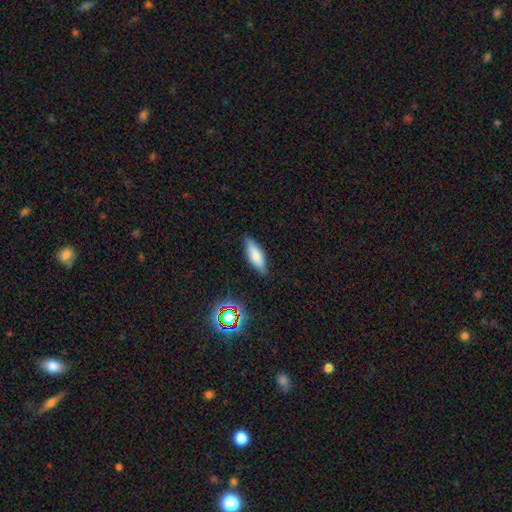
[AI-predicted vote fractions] A smooth galaxy with no disk features (76%) that is in between round and cigar-shaped (54%).

Vote fractions:
- Smooth or featured? smooth: 76% / featured or disk: 16% / star or artifact: 8%
- How rounded? in between: 54% / cigar-shaped: 44% / round: 2%
- Merging? none: 85% / minor disturbance: 11% / major disturbance: 2% / merger: 1%